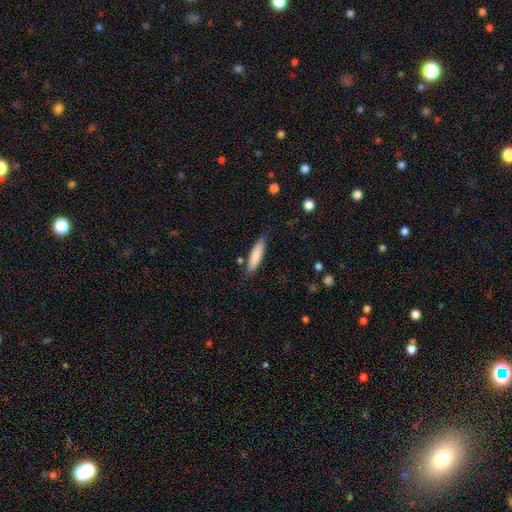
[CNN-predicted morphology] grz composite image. It shows a smooth galaxy with no disk features (82%) that is cigar-shaped (72%). Merging: none (75%).